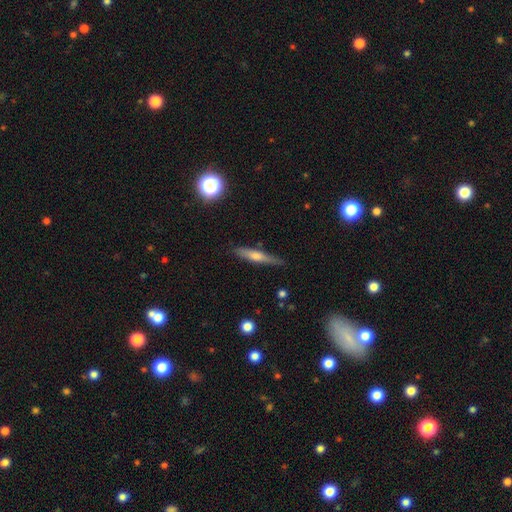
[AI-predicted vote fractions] A featured or disk galaxy (46%, tied with smooth). Merging: none (84%).